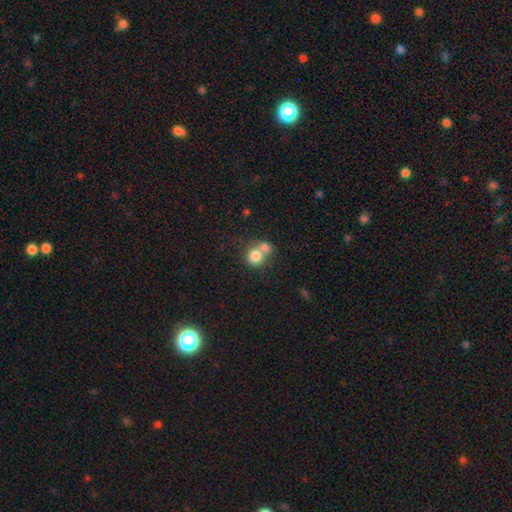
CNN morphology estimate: A smooth galaxy with no disk features (78%) that is round (83%). Merging: merger (53%).